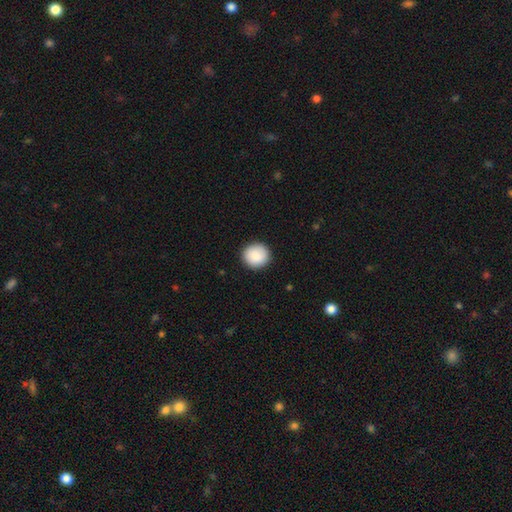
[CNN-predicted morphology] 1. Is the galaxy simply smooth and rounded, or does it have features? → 89% smooth, 7% star or artifact, 4% featured or disk.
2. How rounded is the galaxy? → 92% round, 7% in between, 1% cigar-shaped.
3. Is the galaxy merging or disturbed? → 92% none, 6% minor disturbance, 2% major disturbance, 1% merger.